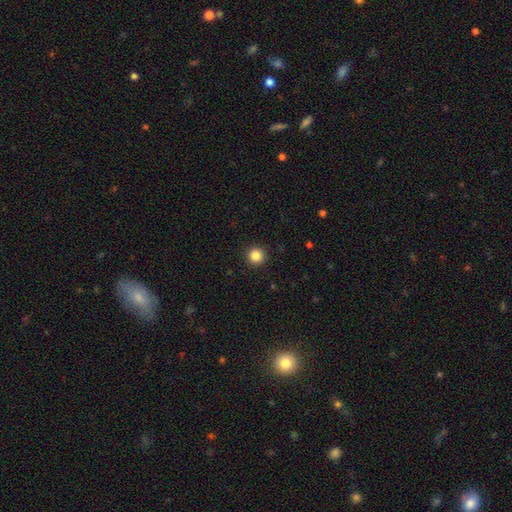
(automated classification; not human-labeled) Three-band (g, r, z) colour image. It shows a smooth galaxy with no disk features (85%) that is round (96%). Merging: none (93%).